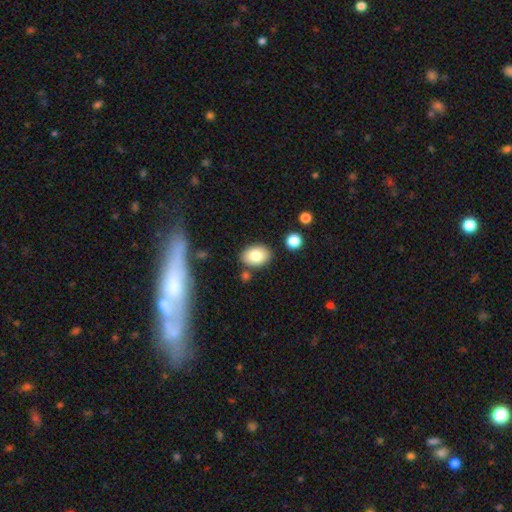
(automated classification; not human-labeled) The model was most divided on "how rounded": in between: 77%, round: 22%, cigar-shaped: 1%. More confident: merging — none (82%); smooth or featured — smooth (81%).